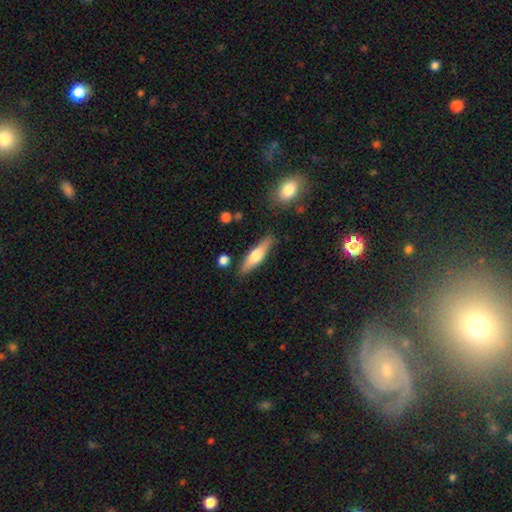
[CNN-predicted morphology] Smooth or featured? Predicted: smooth (p=0.54). How rounded? Predicted: cigar-shaped (p=0.69). Merging? Predicted: none (p=0.84).